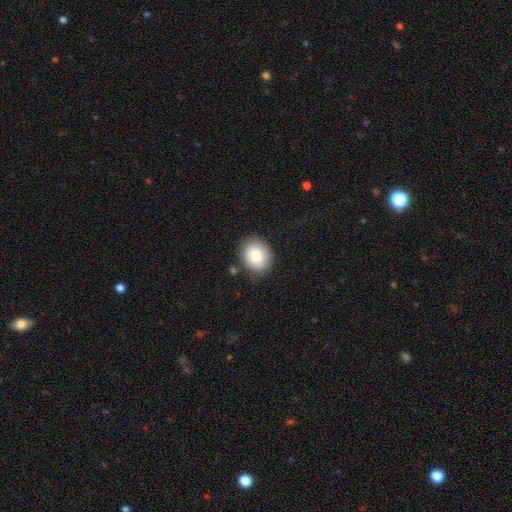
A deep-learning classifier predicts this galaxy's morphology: smooth 83%, featured or disk 9%, star or artifact 8%. Down the decision tree: how rounded — in between (51%); merging — none (82%).